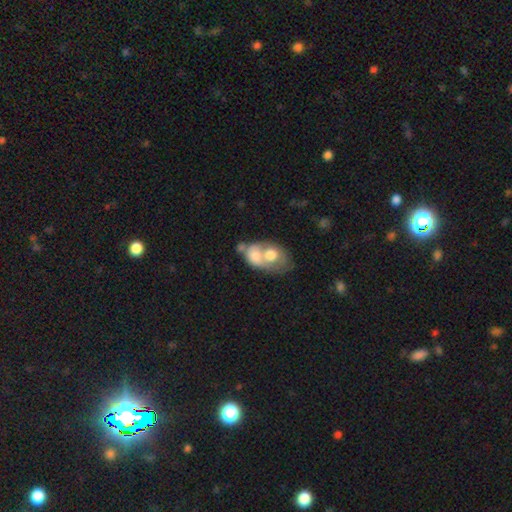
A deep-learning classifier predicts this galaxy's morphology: A smooth galaxy with no disk features (59%) that is in between round and cigar-shaped (68%).

Vote fractions:
- Smooth or featured? smooth: 59% / featured or disk: 33% / star or artifact: 8%
- How rounded? in between: 68% / round: 31% / cigar-shaped: 2%
- Merging? merger: 75% / none: 11% / major disturbance: 7% / minor disturbance: 6%